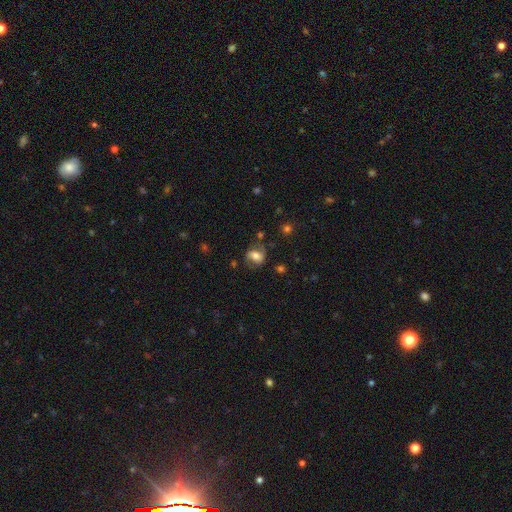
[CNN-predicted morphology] Smooth or featured? Predicted: smooth (p=0.50). Merging? Predicted: none (p=0.67).